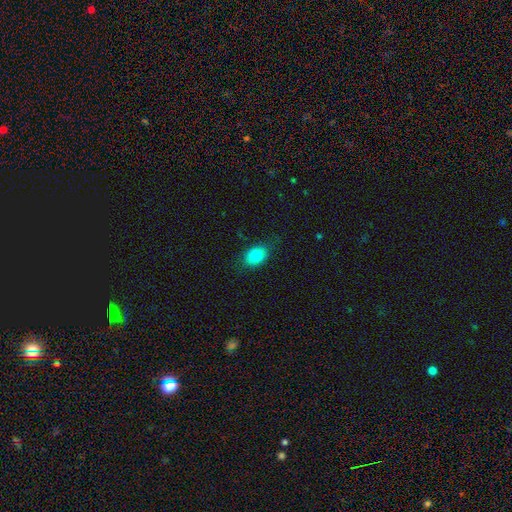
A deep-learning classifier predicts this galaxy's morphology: Smooth or featured? Predicted: smooth (p=0.83). How rounded? Predicted: in between (p=0.75). Merging? Predicted: none (p=0.81).